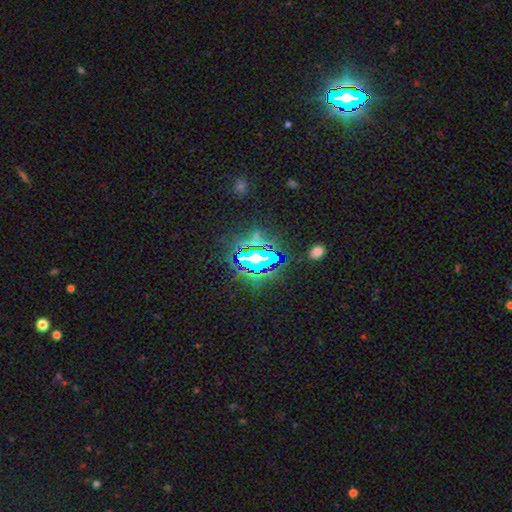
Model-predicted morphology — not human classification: type=star or artifact (71%).